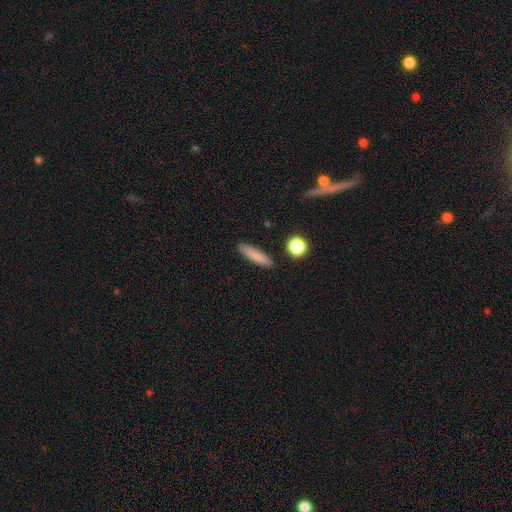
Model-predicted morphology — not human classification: Overall: smooth (82%). How rounded: cigar-shaped (81%). Merging: none (89%).